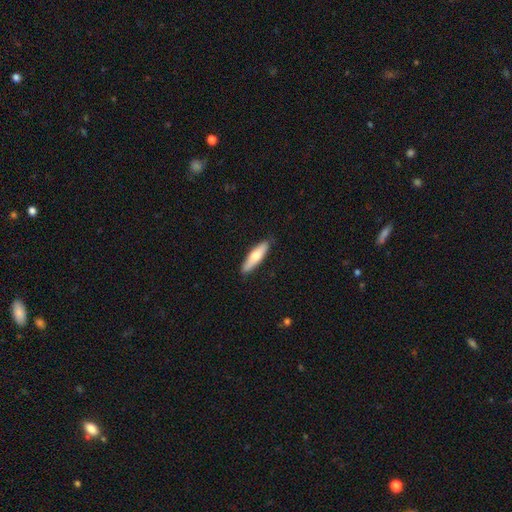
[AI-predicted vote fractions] smooth_or_featured: smooth (p=0.68) [alt: featured or disk p=0.27]
how_rounded: cigar-shaped (p=0.71) [alt: in between p=0.28]
merging: none (p=0.87) [alt: minor disturbance p=0.10]